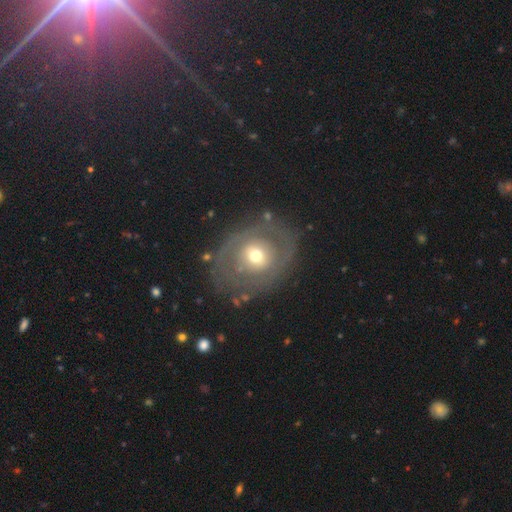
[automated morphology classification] A featured or disk galaxy (56%) with no bar (75%), no spiral arms (71%) and a moderate central bulge (59%).

Vote fractions:
- Smooth or featured? featured or disk: 56% / smooth: 36% / star or artifact: 8%
- Edge-on disk? no: 94% / yes: 6%
- Bar? no: 75% / weak: 19% / strong: 7%
- Spiral arms? no: 71% / yes: 29%
- Bulge size? moderate: 59% / small: 30% / large: 9% / dominant: 1% / none: 1%
- Merging? none: 72% / minor disturbance: 15% / major disturbance: 10% / merger: 3%